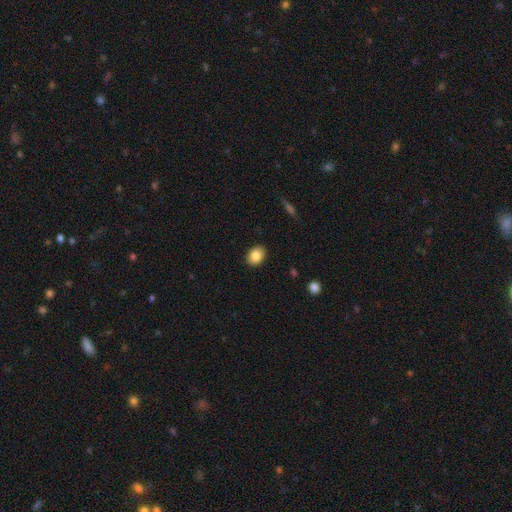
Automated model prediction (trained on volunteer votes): Smooth or featured?
  - smooth: 84% *
  - star or artifact: 8%
  - featured or disk: 7%
How rounded?
  - in between: 66% *
  - round: 33%
  - cigar-shaped: 1%
Merging?
  - none: 89% *
  - minor disturbance: 8%
  - major disturbance: 2%
  - merger: 1%